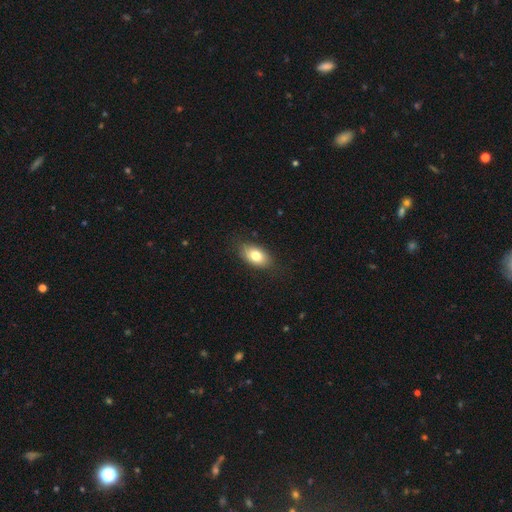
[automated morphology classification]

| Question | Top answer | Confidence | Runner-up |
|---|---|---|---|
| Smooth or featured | smooth | 79% | featured or disk (14%) |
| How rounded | in between | 90% | round (8%) |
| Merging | none | 83% | minor disturbance (13%) |